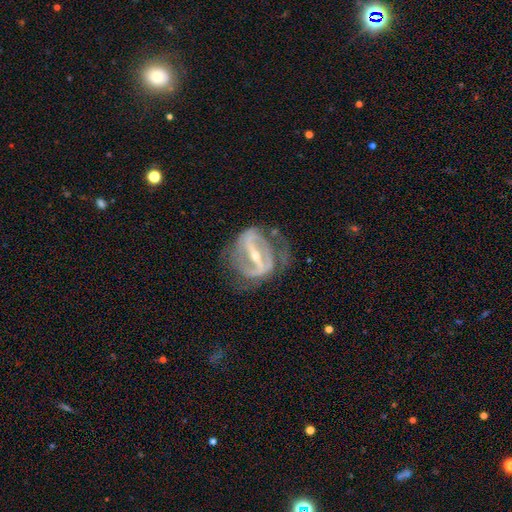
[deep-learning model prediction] Smooth or featured? featured or disk (87%)
Edge-on disk? no (92%)
Bar? strong (81%)
Spiral arms? yes (83%)
Spiral winding? medium (43%)
Spiral arm count? 2 (72%)
Bulge size? small (59%)
Merging? none (55%)